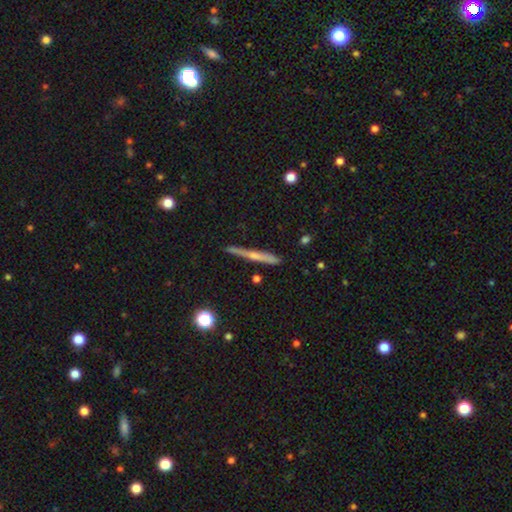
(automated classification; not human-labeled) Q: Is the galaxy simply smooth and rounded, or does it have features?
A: featured or disk — 52%.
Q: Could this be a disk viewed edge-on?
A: yes — 96%.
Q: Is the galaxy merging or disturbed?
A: none — 83%.